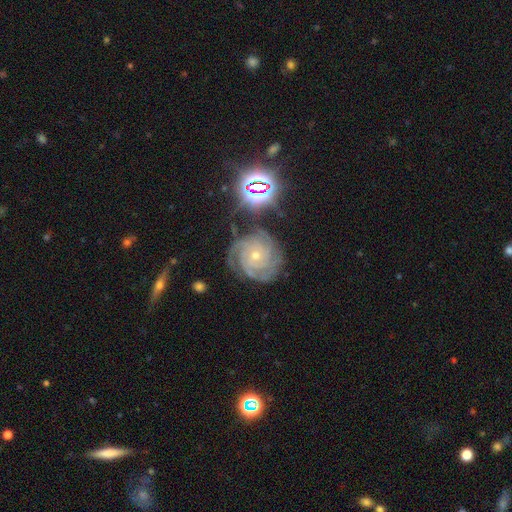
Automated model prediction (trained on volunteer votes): Smooth or featured?
  - featured or disk: 86% *
  - star or artifact: 9%
  - smooth: 5%
Edge-on disk?
  - no: 98% *
  - yes: 2%
Bar?
  - no: 76% *
  - weak: 18%
  - strong: 6%
Spiral arms?
  - yes: 98% *
  - no: 2%
Spiral winding?
  - tight: 79% *
  - medium: 19%
  - loose: 3%
Spiral arm count?
  - 4: 33% *
  - 3: 27%
  - can't tell: 15%
  - more than 4: 10%
  - 2: 9%
  - 1: 6%
Bulge size?
  - small: 68% *
  - moderate: 29%
  - none: 1%
  - large: 1%
  - dominant: 1%
Merging?
  - none: 73% *
  - minor disturbance: 18%
  - major disturbance: 6%
  - merger: 3%